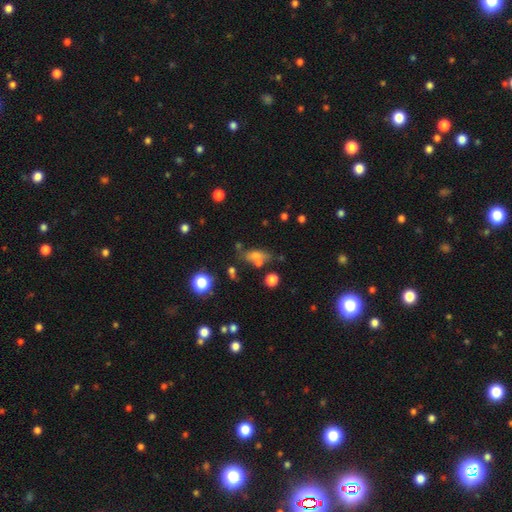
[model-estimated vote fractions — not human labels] A smooth galaxy with no disk features (62%) that is in between round and cigar-shaped (65%). Merging: none (52%).